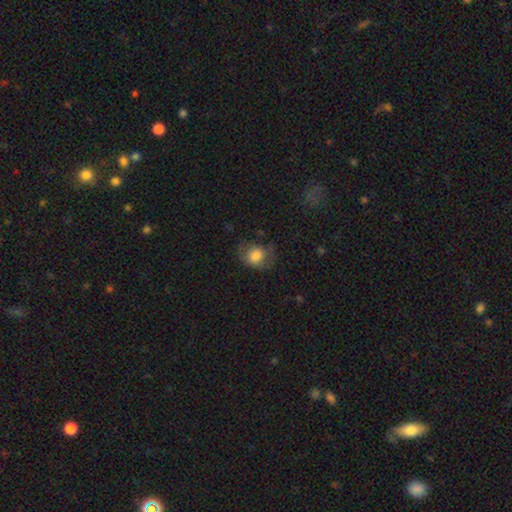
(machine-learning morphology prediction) Overall: smooth (77%). How rounded: round (57%; in between 42%). Merging: none (54%; minor disturbance 27%).